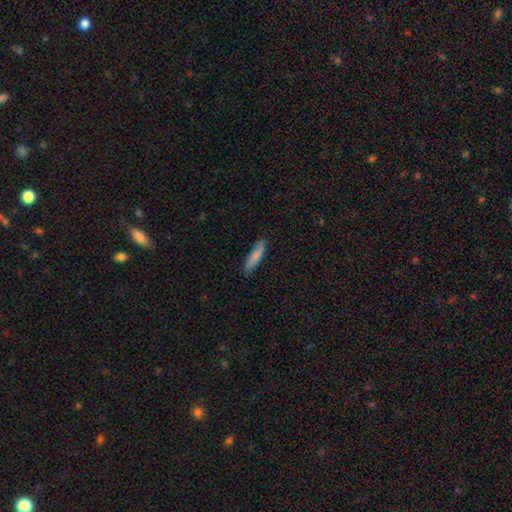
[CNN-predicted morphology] This appears to be a smooth galaxy with no disk features (79%) that is cigar-shaped (76%). Merging: none (82%).